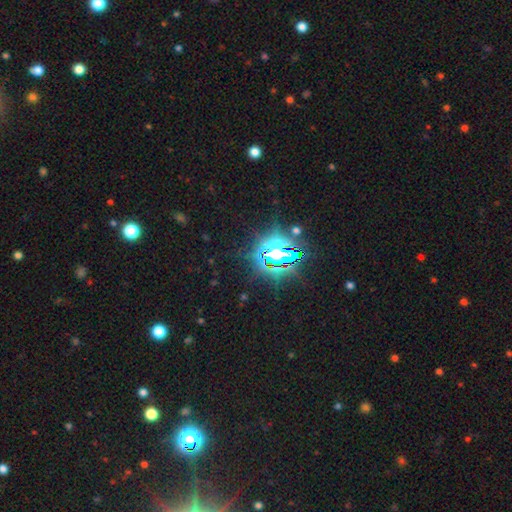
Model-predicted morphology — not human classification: Smooth or featured? star or artifact (84%)